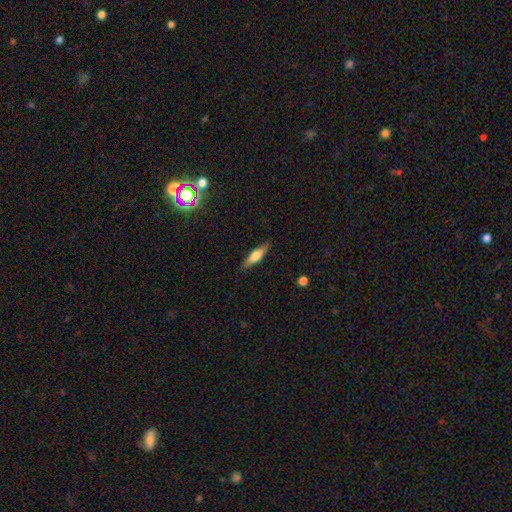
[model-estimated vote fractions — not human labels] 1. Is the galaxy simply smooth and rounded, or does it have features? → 58% smooth, 36% featured or disk, 7% star or artifact.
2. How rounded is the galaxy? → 64% cigar-shaped, 34% in between, 2% round.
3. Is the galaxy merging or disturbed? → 87% none, 10% minor disturbance, 2% major disturbance, 1% merger.